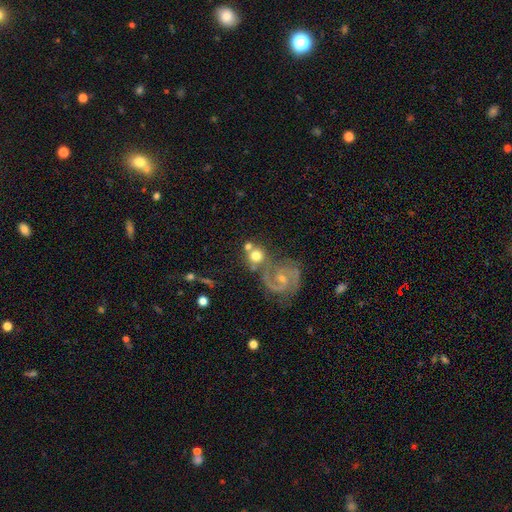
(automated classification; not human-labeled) Smooth or featured?
  - smooth: 52% *
  - featured or disk: 39%
  - star or artifact: 9%
How rounded?
  - round: 87% *
  - in between: 12%
  - cigar-shaped: 1%
Merging?
  - none: 56% *
  - merger: 27%
  - minor disturbance: 12%
  - major disturbance: 5%